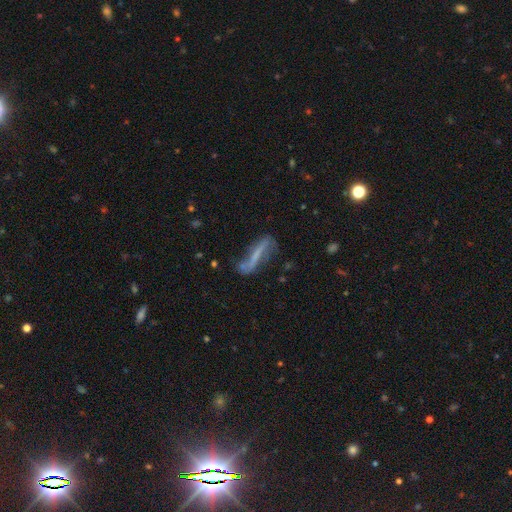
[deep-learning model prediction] Smooth or featured? featured or disk (57%)
Edge-on disk? no (64%)
Merging? none (52%)